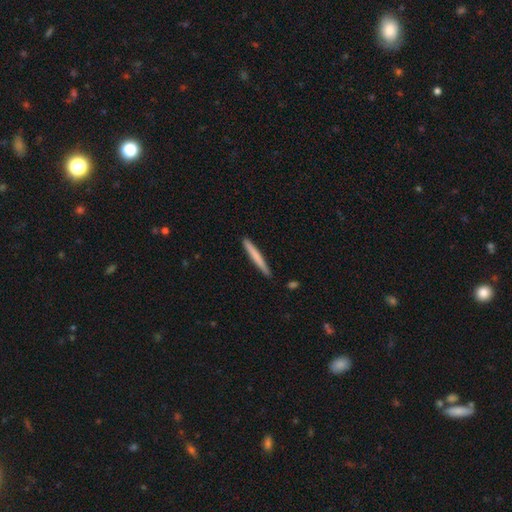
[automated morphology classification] Smooth or featured? smooth (70%)
How rounded? cigar-shaped (97%)
Merging? none (90%)